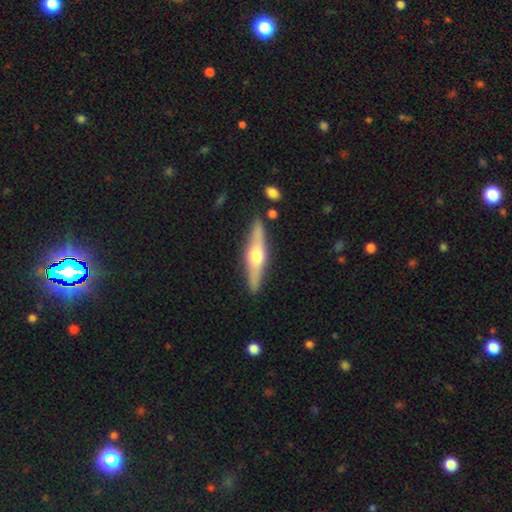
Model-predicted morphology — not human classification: Smooth or featured? Predicted: featured or disk (p=0.65). Edge-on disk? Predicted: yes (p=0.95). Edge-on bulge? Predicted: rounded (p=0.94). Merging? Predicted: none (p=0.86).